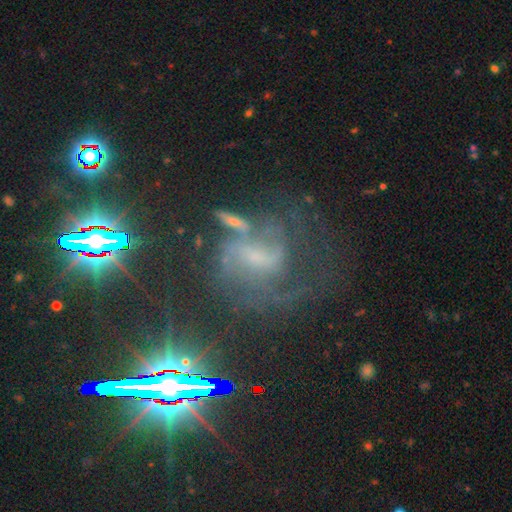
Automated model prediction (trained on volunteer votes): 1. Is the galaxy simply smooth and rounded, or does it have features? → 60% featured or disk, 28% star or artifact, 12% smooth.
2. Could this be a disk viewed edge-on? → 95% no, 5% yes.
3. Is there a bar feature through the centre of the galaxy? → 41% weak, 38% no, 21% strong.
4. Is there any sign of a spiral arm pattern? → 82% yes, 18% no.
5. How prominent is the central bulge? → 42% small, 28% none, 24% moderate, 5% large, 2% dominant.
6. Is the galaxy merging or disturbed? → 40% none, 31% major disturbance, 17% minor disturbance, 11% merger.